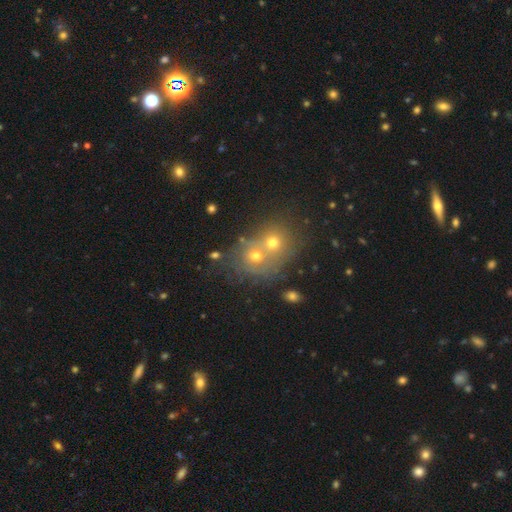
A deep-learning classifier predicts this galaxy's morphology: Overall: smooth (59%; featured or disk 24%). How rounded: round (70%). Merging: merger (60%; none 29%).